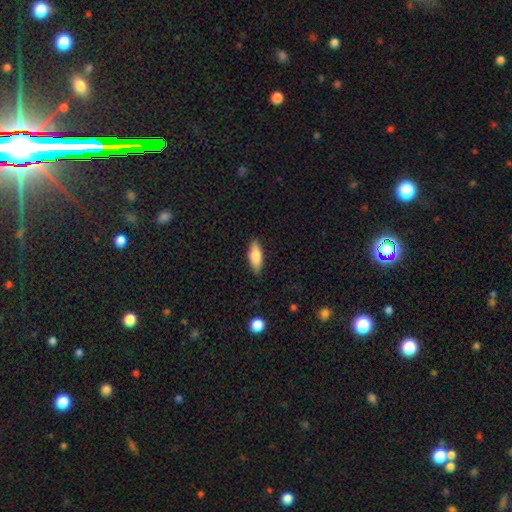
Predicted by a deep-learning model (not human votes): A smooth galaxy with no disk features (75%) that is in between round and cigar-shaped (71%).

Vote fractions:
- Smooth or featured? smooth: 75% / featured or disk: 18% / star or artifact: 6%
- How rounded? in between: 71% / cigar-shaped: 26% / round: 2%
- Merging? none: 83% / minor disturbance: 13% / major disturbance: 3% / merger: 1%